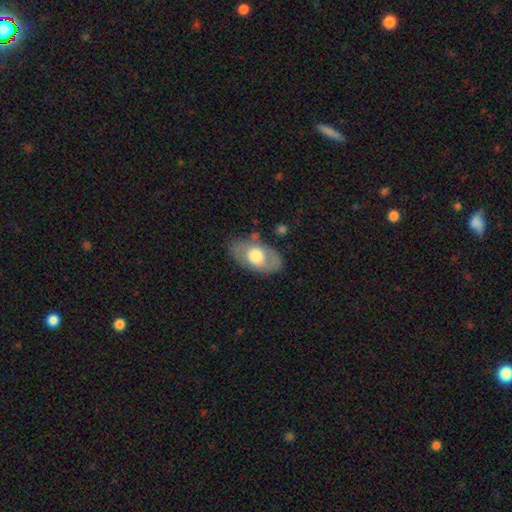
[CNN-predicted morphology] A smooth galaxy with no disk features (52%) that is in between round and cigar-shaped (89%). Merging: none (69%).